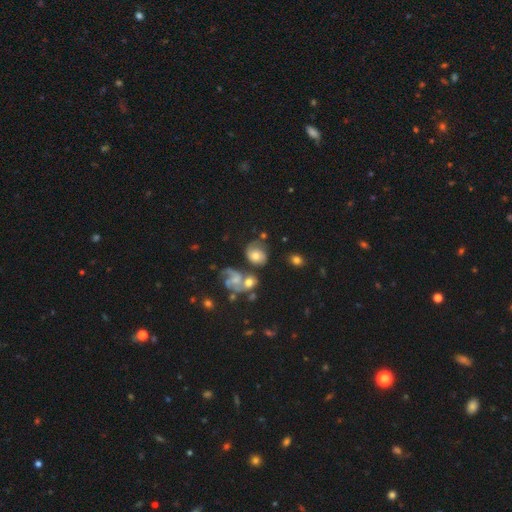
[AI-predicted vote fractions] Smooth or featured? Predicted: featured or disk (p=0.50). Edge-on disk? Predicted: no (p=0.96). Merging? Predicted: none (p=0.44).